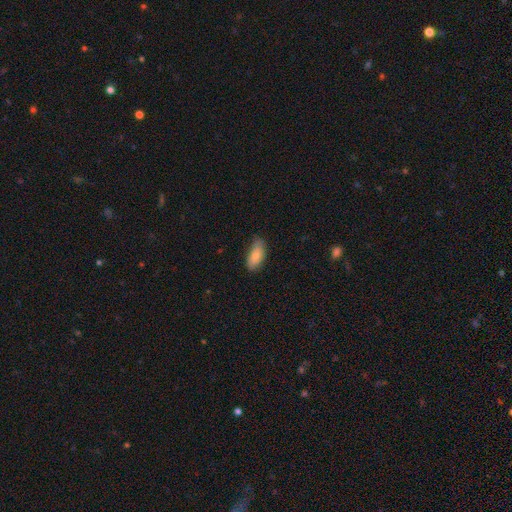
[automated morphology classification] type=smooth (84%); roundness=in between (87%); merging=none (73%).